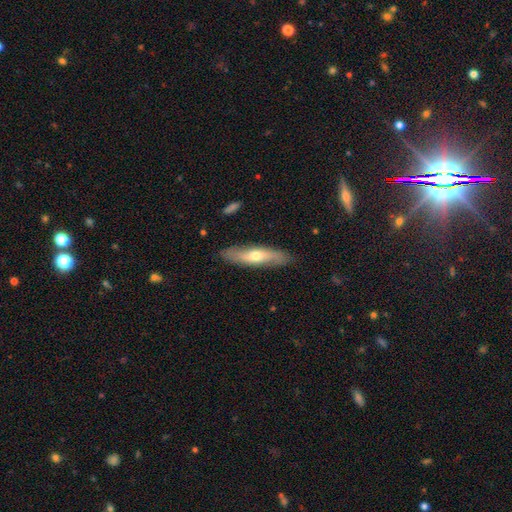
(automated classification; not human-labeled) A featured or disk galaxy (48%).

Vote fractions:
- Smooth or featured? featured or disk: 48% / smooth: 46% / star or artifact: 6%
- Merging? none: 85% / minor disturbance: 11% / major disturbance: 2% / merger: 1%